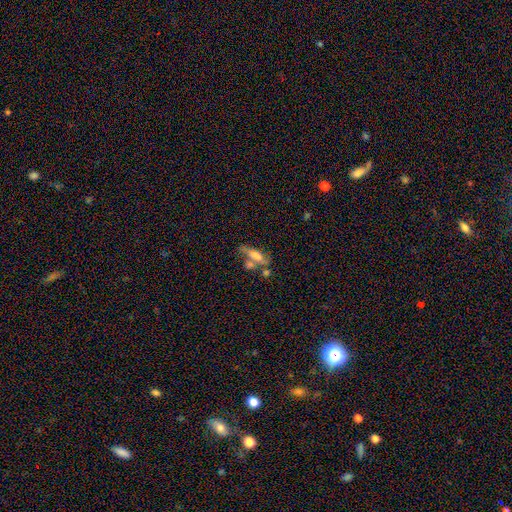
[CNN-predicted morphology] Smooth or featured? smooth (51%)
How rounded? cigar-shaped (56%)
Merging? none (40%)